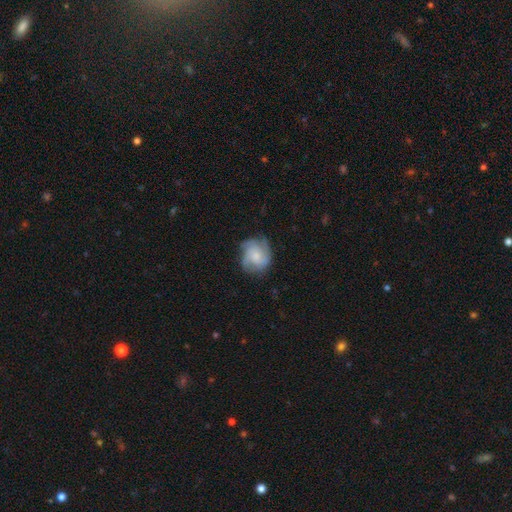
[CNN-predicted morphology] Smooth or featured? Predicted: featured or disk (p=0.60). Edge-on disk? Predicted: no (p=0.98). Bar? Predicted: no (p=0.76). Spiral arms? Predicted: yes (p=0.90). Spiral winding? Predicted: medium (p=0.43). Spiral arm count? Predicted: 3 (p=0.36). Bulge size? Predicted: small (p=0.47). Merging? Predicted: none (p=0.67).